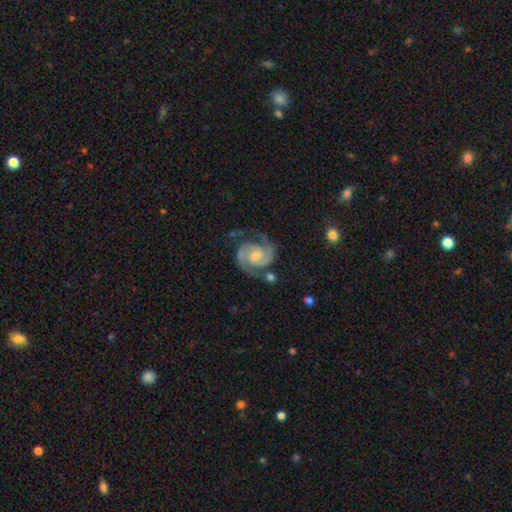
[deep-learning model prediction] smooth-or-featured: featured or disk: 91% | smooth: 5% | star or artifact: 4%
  disk-edge-on: no: 98% | yes: 2%
    bar: no: 53% | weak: 39% | strong: 8%
    has-spiral-arms: yes: 98% | no: 2%
      spiral-winding: medium: 48% | tight: 45% | loose: 8%
      spiral-arm-count: 2: 91% | 3: 3% | can't tell: 3% | 1: 1% | 4: 1% | more than 4: 1%
    bulge-size: small: 50% | moderate: 44% | none: 3% | large: 2% | dominant: 1%
  merging: none: 70% | minor disturbance: 18% | major disturbance: 8% | merger: 5%